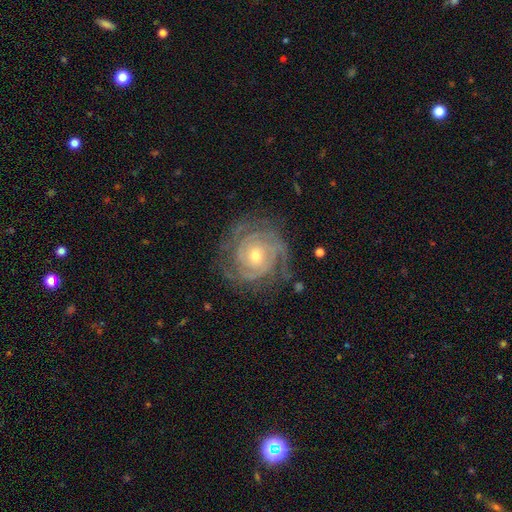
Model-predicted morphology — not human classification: Smooth or featured: featured or disk — 89% (smooth — 6%)
Edge-on disk: no — 98% (yes — 2%)
Bar: no — 70% (weak — 24%)
Spiral arms: yes — 97% (no — 3%)
Spiral winding: tight — 78% (medium — 19%)
Spiral arm count: 3 — 29% (can't tell — 22%)
Bulge size: moderate — 50% (small — 47%)
Merging: none — 76% (minor disturbance — 16%)